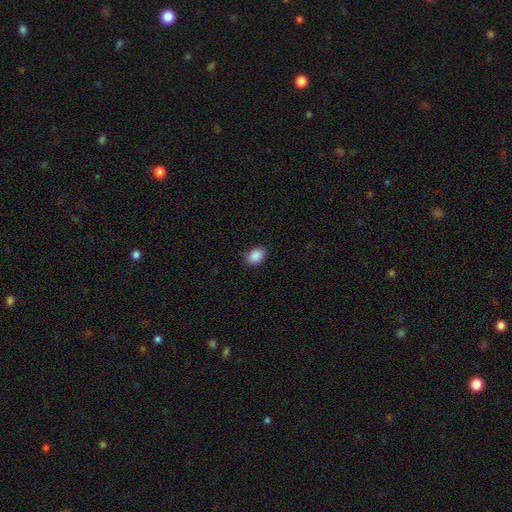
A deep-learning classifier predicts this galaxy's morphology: smooth-or-featured: smooth: 89% | star or artifact: 8% | featured or disk: 3%
  how-rounded: in between: 77% | round: 22% | cigar-shaped: 1%
  merging: none: 87% | minor disturbance: 10% | major disturbance: 2% | merger: 1%